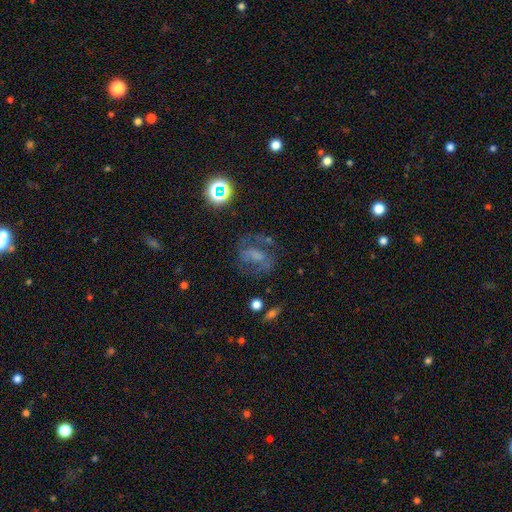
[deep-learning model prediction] The model was most divided on "smooth or featured": featured or disk: 50%, smooth: 30%, star or artifact: 20%. More confident: merging — none (59%).